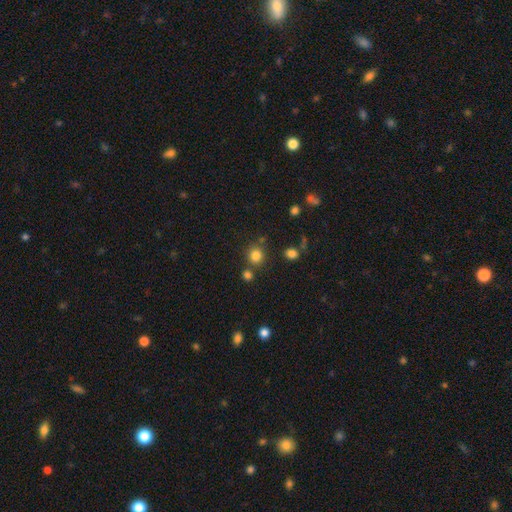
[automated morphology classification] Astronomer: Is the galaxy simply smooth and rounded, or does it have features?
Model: smooth — 80%.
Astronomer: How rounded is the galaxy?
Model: round — 85%.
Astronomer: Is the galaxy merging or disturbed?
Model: none — 76%.